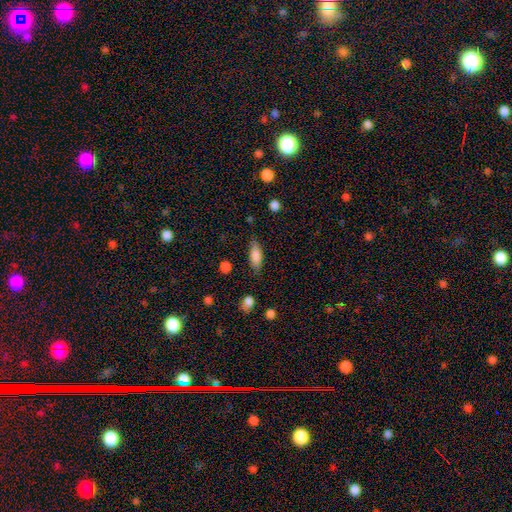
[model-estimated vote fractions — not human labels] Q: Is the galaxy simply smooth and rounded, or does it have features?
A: smooth — 83%.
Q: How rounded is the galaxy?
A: in between — 69%.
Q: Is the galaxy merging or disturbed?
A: none — 78%.